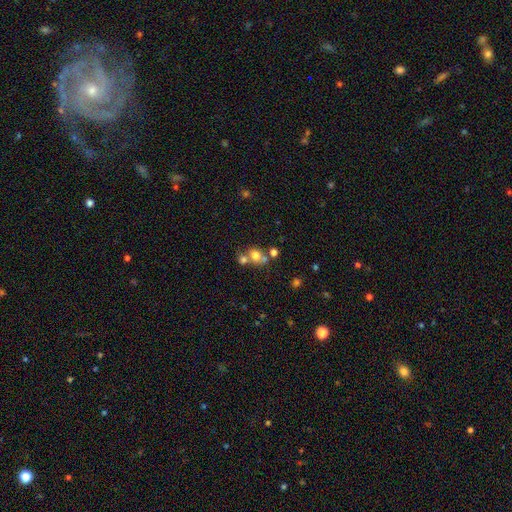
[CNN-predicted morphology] Q: Smooth or featured?
A: smooth (69%); runner-up: featured or disk (16%)
Q: How rounded?
A: round (70%); runner-up: in between (29%)
Q: Merging?
A: merger (45%); runner-up: none (42%)